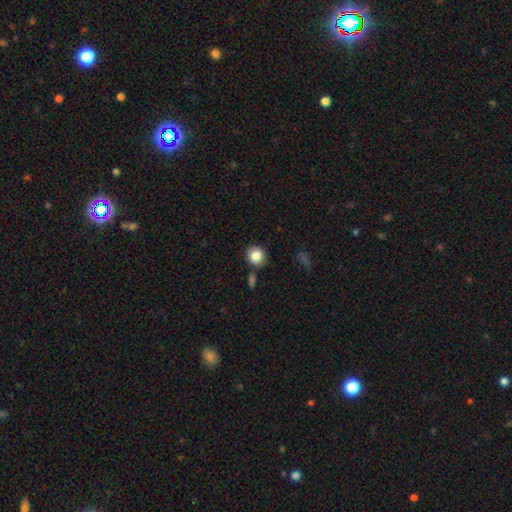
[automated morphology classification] type=smooth (85%); roundness=round (86%); merging=none (83%).